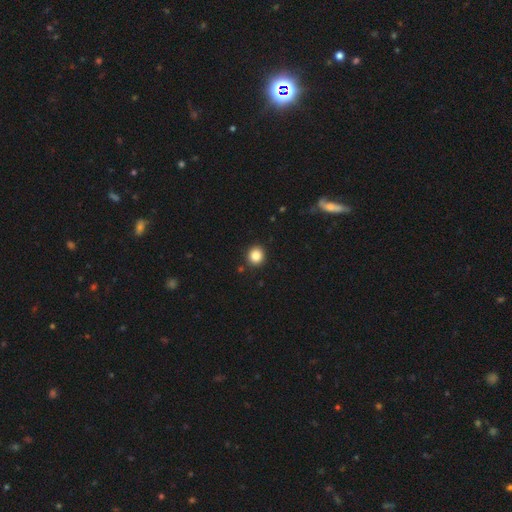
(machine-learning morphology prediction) Smooth or featured? Predicted: smooth (p=0.86). How rounded? Predicted: round (p=0.90). Merging? Predicted: none (p=0.91).